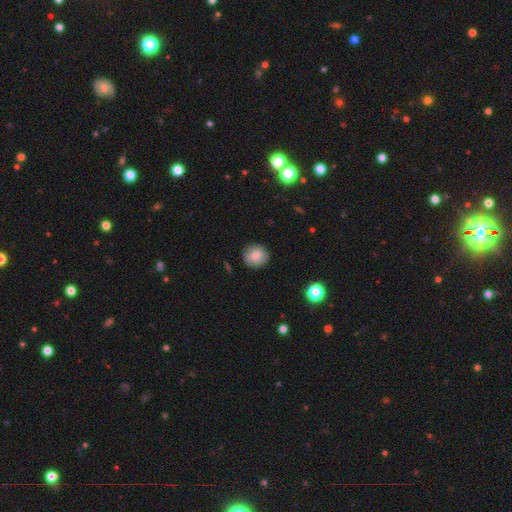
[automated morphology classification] Smooth or featured: smooth — 80% (featured or disk — 11%)
How rounded: round — 91% (in between — 8%)
Merging: none — 88% (minor disturbance — 8%)